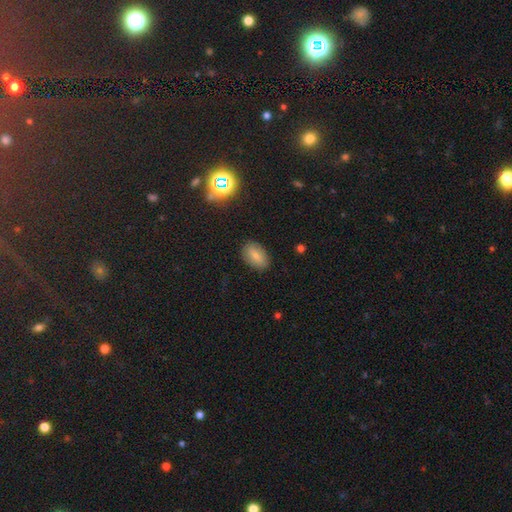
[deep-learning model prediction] Morphology: type=smooth (76%); roundness=in between (91%); merging=none (85%).